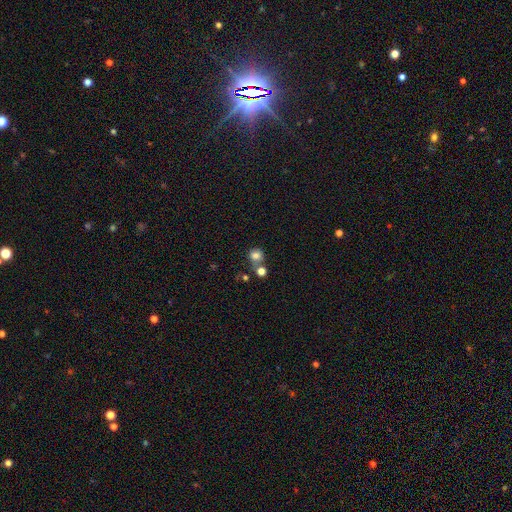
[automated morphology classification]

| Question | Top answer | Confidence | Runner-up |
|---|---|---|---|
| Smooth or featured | smooth | 79% | star or artifact (12%) |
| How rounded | round | 85% | in between (14%) |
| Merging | none | 57% | merger (26%) |